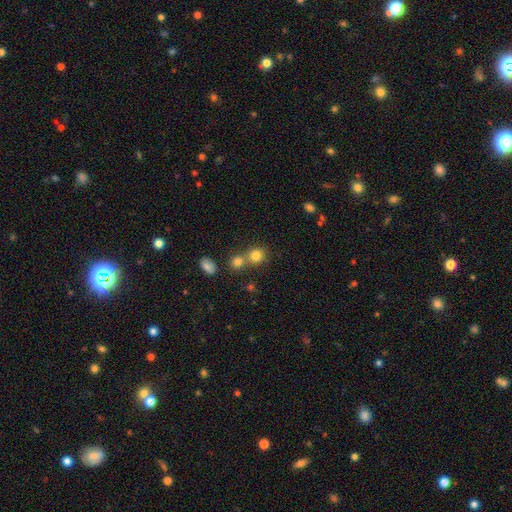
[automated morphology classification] Smooth or featured? Predicted: smooth (p=0.80). How rounded? Predicted: round (p=0.83). Merging? Predicted: none (p=0.50).